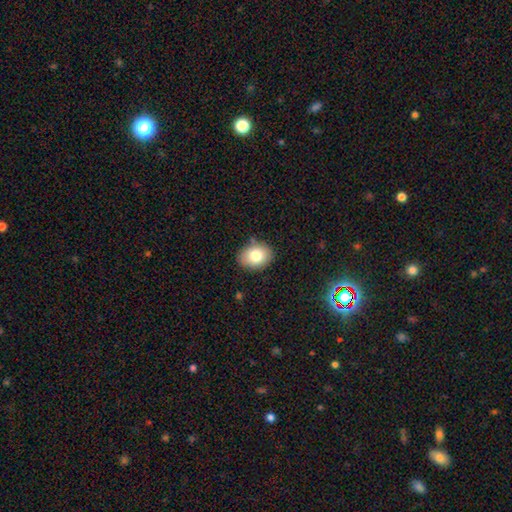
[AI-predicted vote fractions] Overall: smooth (80%). How rounded: in between (67%; round 32%). Merging: none (84%).